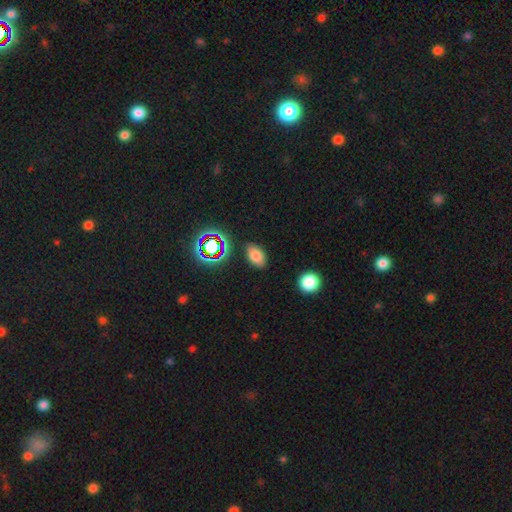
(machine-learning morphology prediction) A smooth galaxy with no disk features (75%) that is in between round and cigar-shaped (90%). Merging: none (85%).